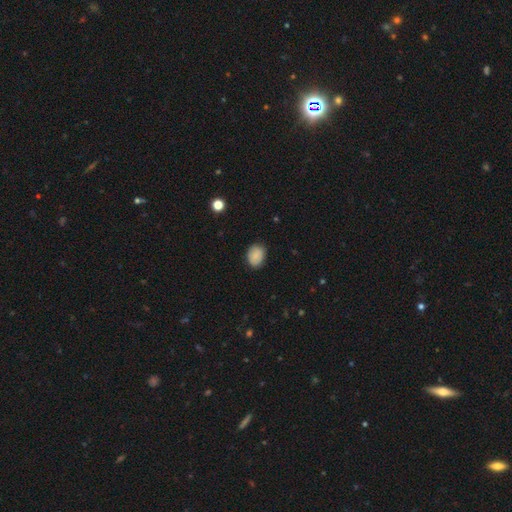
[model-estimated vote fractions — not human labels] smooth_or_featured: smooth (p=0.86) [alt: star or artifact p=0.08]
how_rounded: in between (p=0.60) [alt: round p=0.39]
merging: none (p=0.82) [alt: minor disturbance p=0.14]